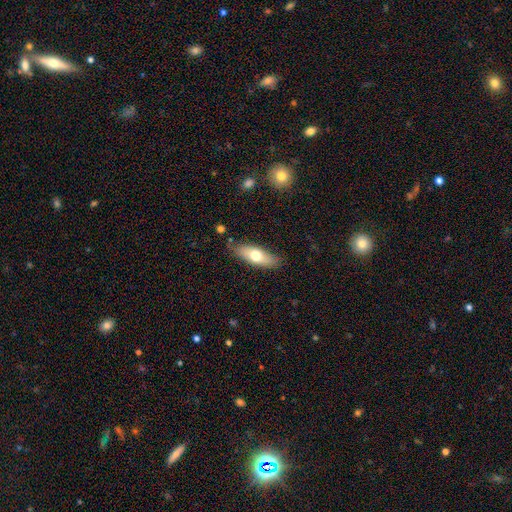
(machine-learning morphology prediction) This is likely a smooth galaxy (65%). How rounded: likely in between (65%). Merging: clearly none (80%).